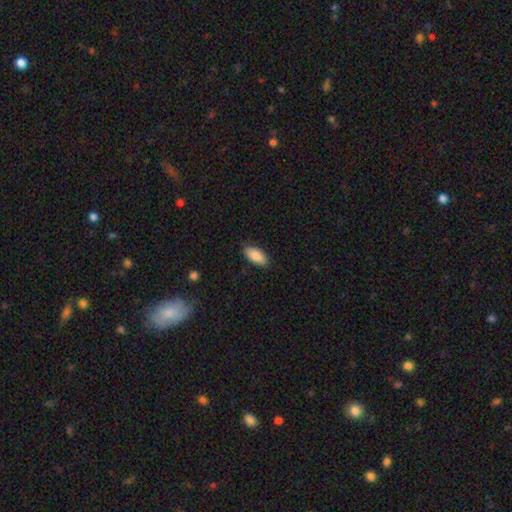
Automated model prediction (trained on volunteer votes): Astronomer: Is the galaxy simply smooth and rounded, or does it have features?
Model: smooth — 88%.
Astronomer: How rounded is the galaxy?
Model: in between — 91%.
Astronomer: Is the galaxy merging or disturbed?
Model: none — 86%.